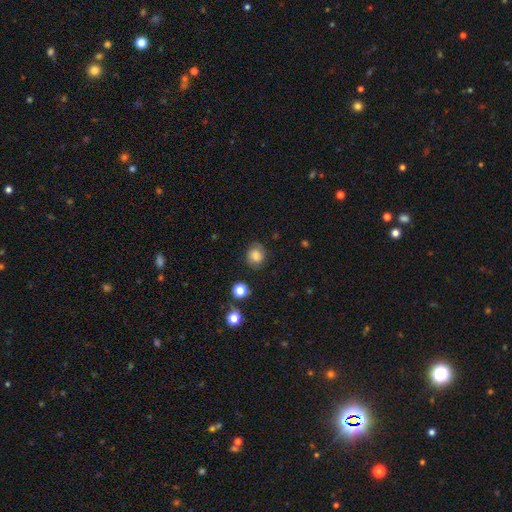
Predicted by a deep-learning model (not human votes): A smooth galaxy with no disk features (79%) that is round (80%). Merging: none (78%).